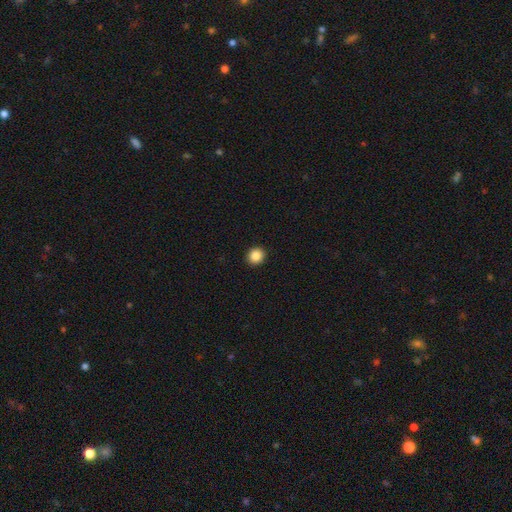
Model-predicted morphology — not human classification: type=smooth (87%); roundness=round (88%); merging=none (93%).